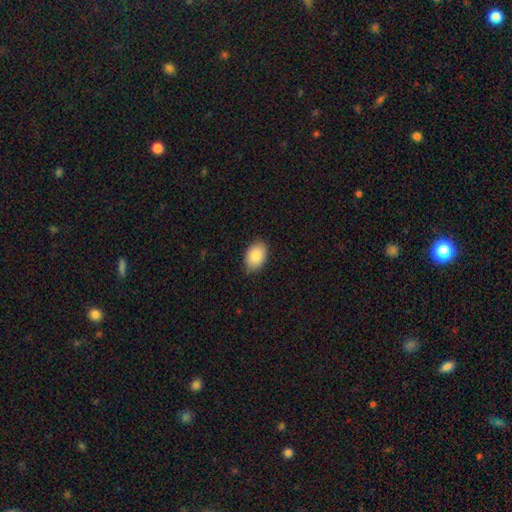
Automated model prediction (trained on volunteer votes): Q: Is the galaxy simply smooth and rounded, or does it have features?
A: smooth — 88%.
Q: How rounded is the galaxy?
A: in between — 86%.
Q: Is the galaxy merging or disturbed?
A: none — 84%.